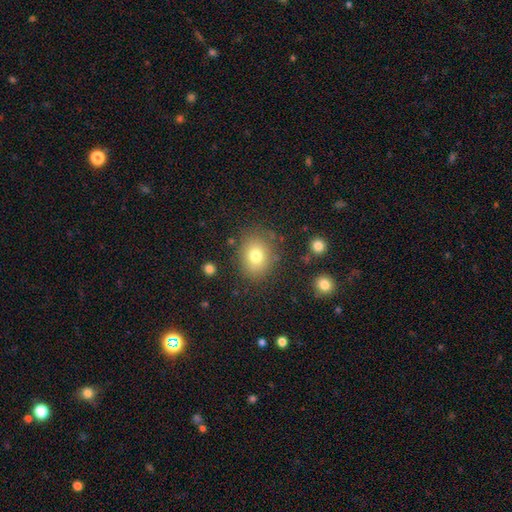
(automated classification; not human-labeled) smooth 76%, star or artifact 12%, featured or disk 12%. Down the decision tree: how rounded — round (56%); merging — none (80%).